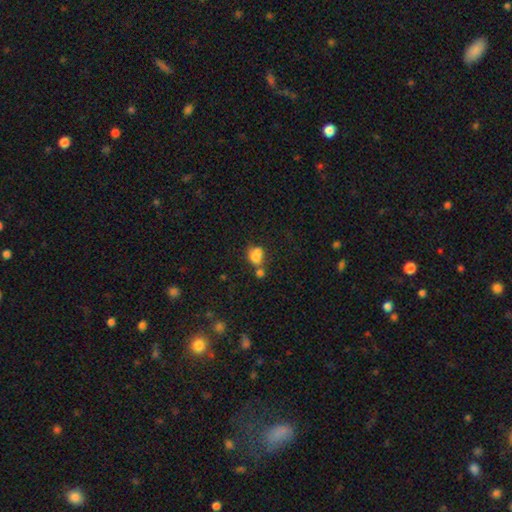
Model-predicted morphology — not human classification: Smooth or featured? smooth (73%)
How rounded? in between (59%)
Merging? merger (50%)